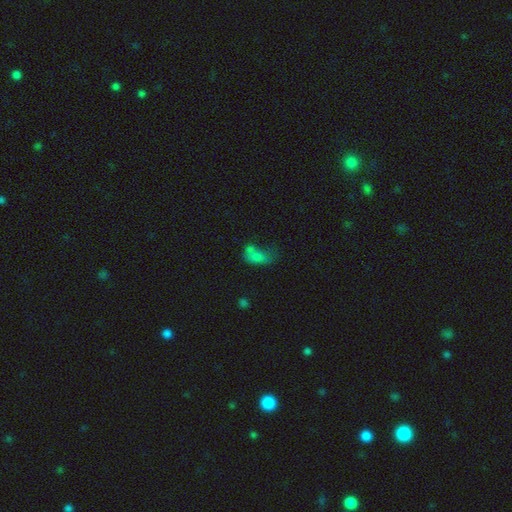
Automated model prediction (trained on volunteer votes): smooth-or-featured: smooth: 68% | featured or disk: 18% | star or artifact: 15%
  how-rounded: in between: 83% | round: 12% | cigar-shaped: 5%
  merging: merger: 37% | major disturbance: 24% | none: 22% | minor disturbance: 17%